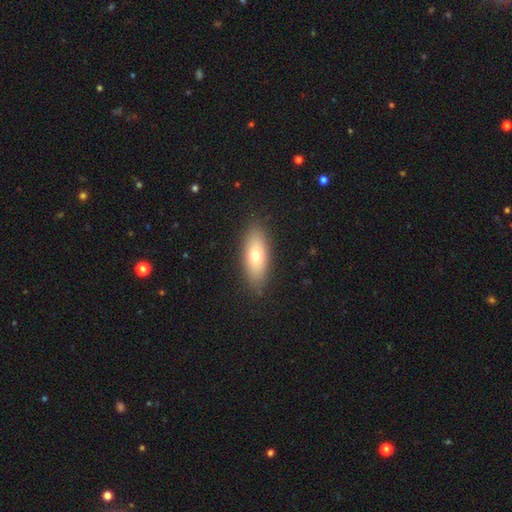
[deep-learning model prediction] The model was most divided on "how rounded": in between: 71%, cigar-shaped: 26%, round: 3%. More confident: merging — none (88%); smooth or featured — smooth (69%).